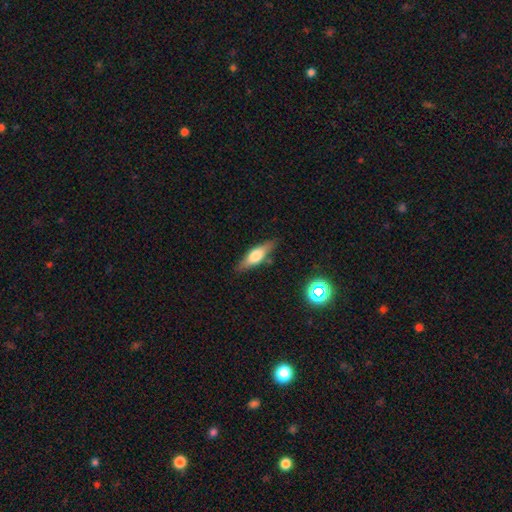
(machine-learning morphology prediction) smooth_or_featured: smooth (p=0.50) [alt: featured or disk p=0.43]
merging: none (p=0.82) [alt: minor disturbance p=0.13]